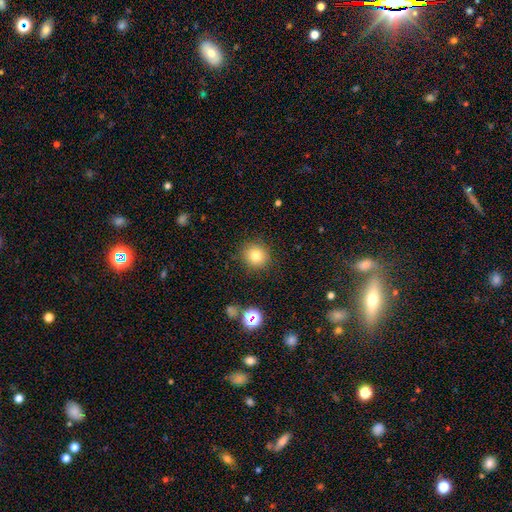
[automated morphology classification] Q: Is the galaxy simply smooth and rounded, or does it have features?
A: smooth — 79%.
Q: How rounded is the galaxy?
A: round — 91%.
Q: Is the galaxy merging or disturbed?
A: none — 89%.